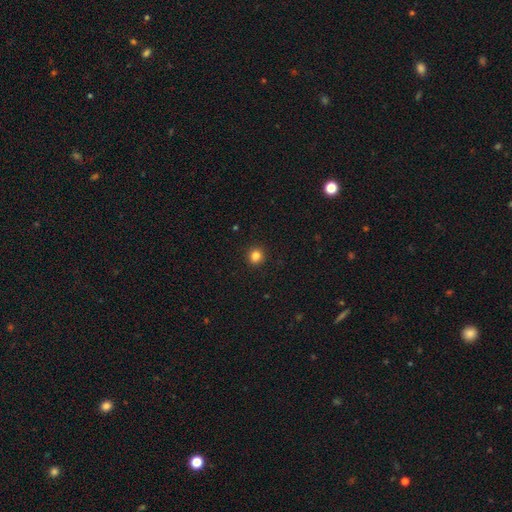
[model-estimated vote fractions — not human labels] Smooth or featured? smooth (84%)
How rounded? round (89%)
Merging? none (92%)